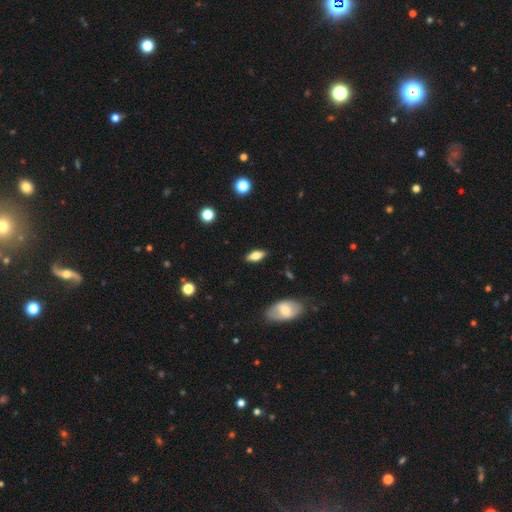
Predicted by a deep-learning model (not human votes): smooth-or-featured: smooth: 69% | featured or disk: 23% | star or artifact: 8%
  how-rounded: in between: 76% | cigar-shaped: 20% | round: 4%
  merging: none: 87% | minor disturbance: 10% | major disturbance: 2% | merger: 1%